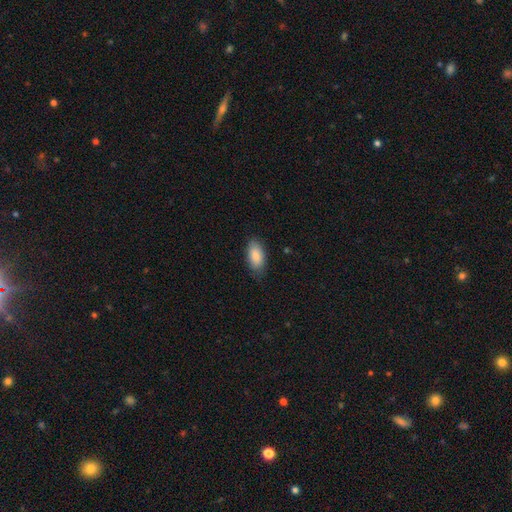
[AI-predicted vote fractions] smooth_or_featured: smooth (p=0.87) [alt: featured or disk p=0.07]
how_rounded: in between (p=0.93) [alt: cigar-shaped p=0.04]
merging: none (p=0.79) [alt: minor disturbance p=0.17]